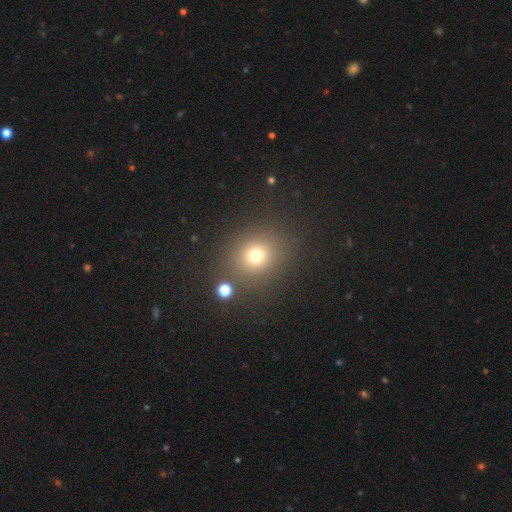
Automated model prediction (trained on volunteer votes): A smooth galaxy with no disk features (72%) that is round (79%). Merging: none (83%).